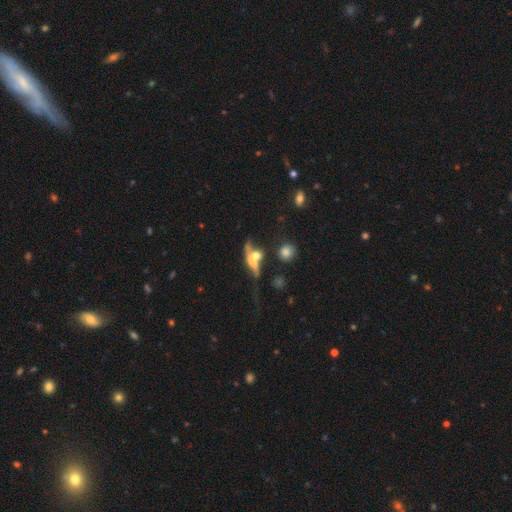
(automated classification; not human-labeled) smooth_or_featured: featured or disk (p=0.54) [alt: smooth p=0.34]
disk_edge_on: no (p=0.50) [tied with: yes p=0.50]
merging: merger (p=0.36) [alt: none p=0.29]